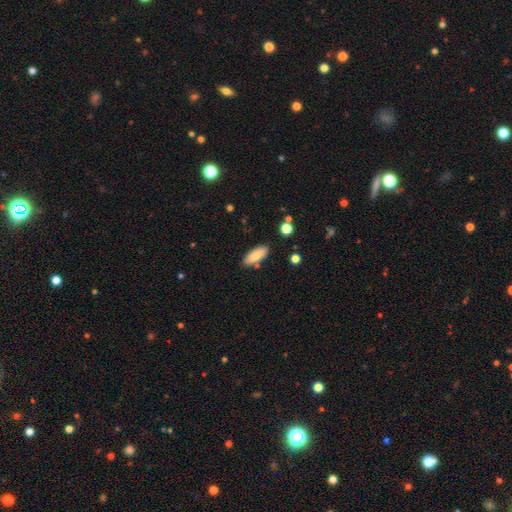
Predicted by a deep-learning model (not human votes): smooth 82%, featured or disk 11%, star or artifact 7%. Down the decision tree: how rounded — in between (81%); merging — none (82%).